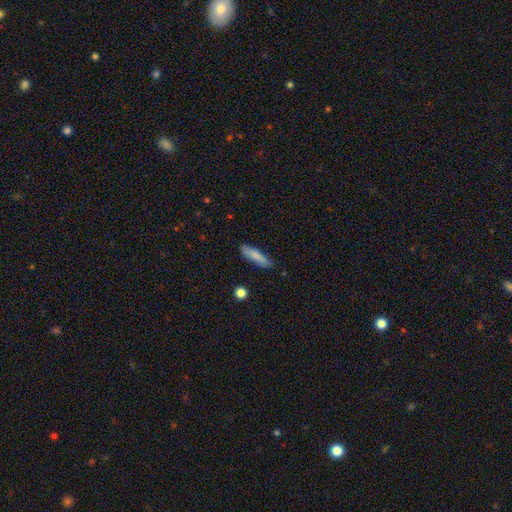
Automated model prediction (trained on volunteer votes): Smooth or featured: smooth — 80% (featured or disk — 14%)
How rounded: cigar-shaped — 74% (in between — 24%)
Merging: none — 82% (minor disturbance — 14%)